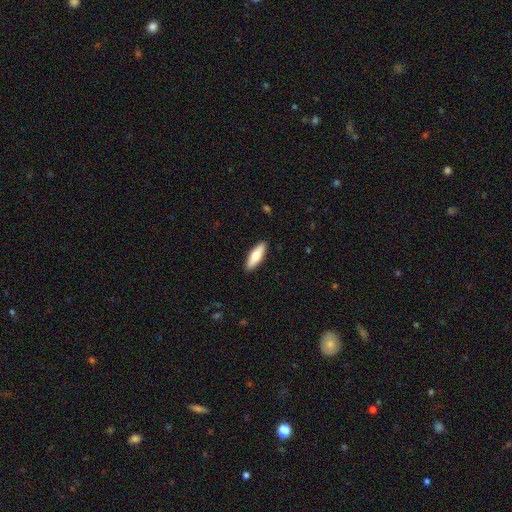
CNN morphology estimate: This is likely a smooth galaxy (69%). How rounded: possibly in between (50%). Merging: clearly none (90%).